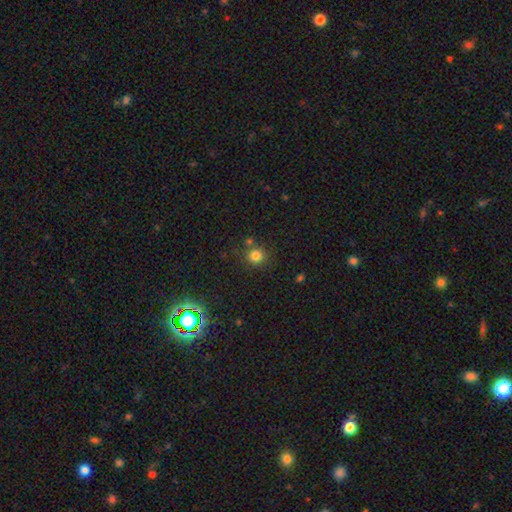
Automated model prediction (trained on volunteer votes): This is likely a smooth galaxy (79%). How rounded: clearly round (91%). Merging: likely none (75%).